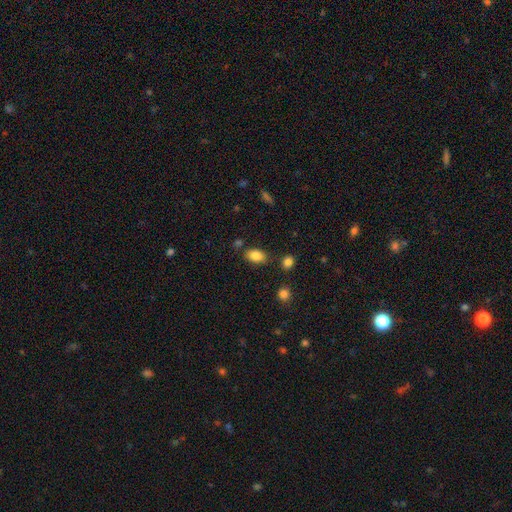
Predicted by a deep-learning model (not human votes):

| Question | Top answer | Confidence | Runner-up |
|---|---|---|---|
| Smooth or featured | smooth | 85% | star or artifact (9%) |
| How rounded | in between | 88% | round (10%) |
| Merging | none | 78% | minor disturbance (13%) |